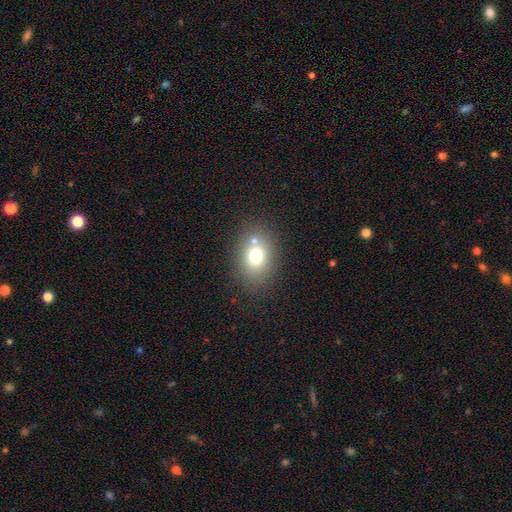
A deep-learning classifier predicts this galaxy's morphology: smooth_or_featured: smooth (p=0.73) [alt: featured or disk p=0.14]
how_rounded: in between (p=0.61) [alt: round p=0.38]
merging: none (p=0.72) [alt: merger p=0.12]